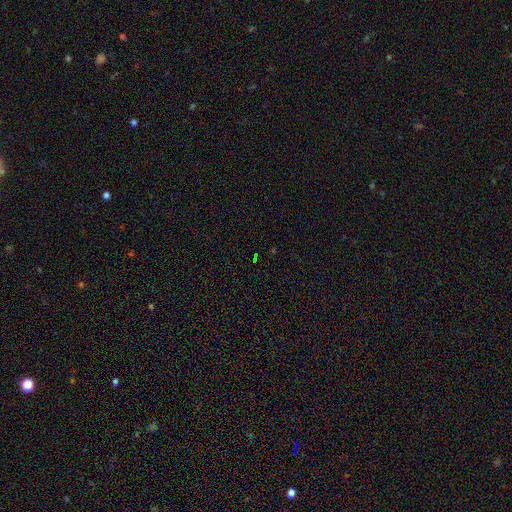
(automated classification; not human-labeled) smooth_or_featured: star or artifact (p=0.72) [alt: smooth p=0.20]